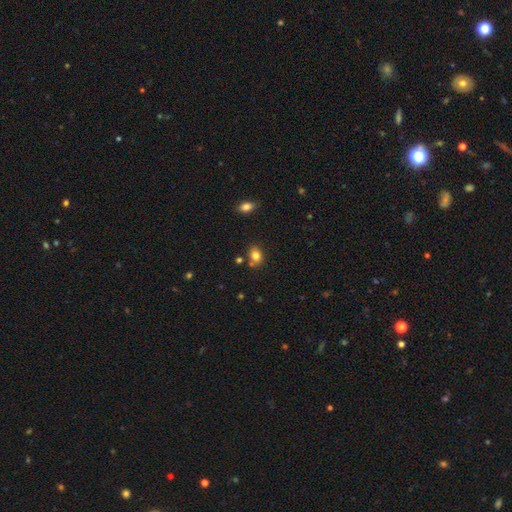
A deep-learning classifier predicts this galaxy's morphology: A smooth galaxy with no disk features (80%) that is in between round and cigar-shaped (55%).

Vote fractions:
- Smooth or featured? smooth: 80% / star or artifact: 12% / featured or disk: 9%
- How rounded? in between: 55% / round: 44% / cigar-shaped: 1%
- Merging? none: 73% / minor disturbance: 14% / merger: 10% / major disturbance: 3%